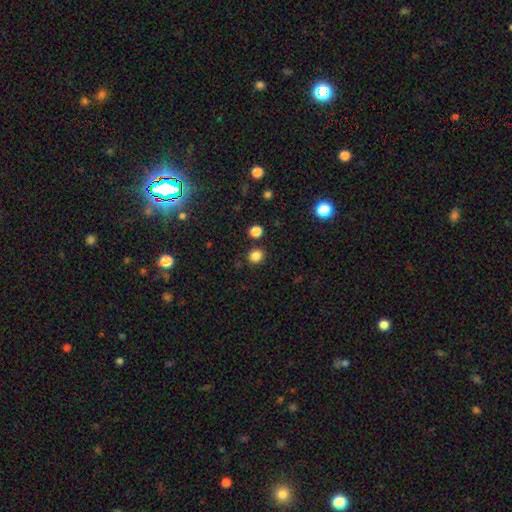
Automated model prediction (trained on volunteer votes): Smooth or featured? smooth (84%)
How rounded? round (80%)
Merging? none (86%)